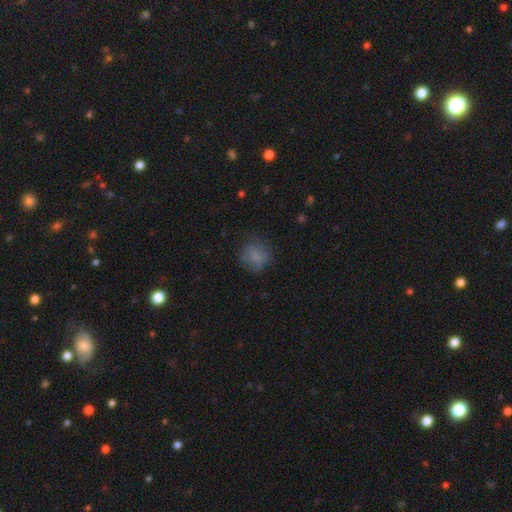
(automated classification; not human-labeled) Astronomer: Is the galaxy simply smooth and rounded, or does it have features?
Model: smooth — 78%.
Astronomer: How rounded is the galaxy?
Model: round — 83%.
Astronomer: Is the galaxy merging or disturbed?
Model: none — 70%.